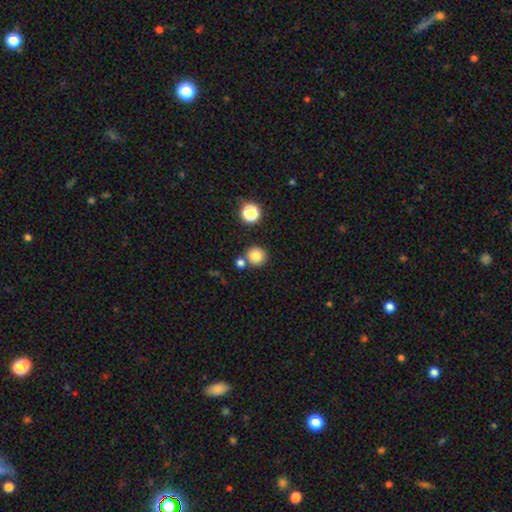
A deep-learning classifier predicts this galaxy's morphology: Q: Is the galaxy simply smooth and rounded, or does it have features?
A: smooth — 81%.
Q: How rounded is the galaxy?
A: round — 93%.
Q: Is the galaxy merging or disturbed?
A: none — 75%.